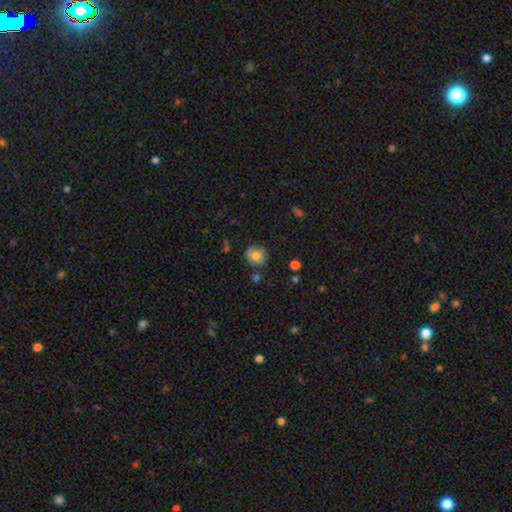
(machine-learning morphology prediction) A smooth galaxy with no disk features (76%) that is round (78%).

Vote fractions:
- Smooth or featured? smooth: 76% / featured or disk: 15% / star or artifact: 9%
- How rounded? round: 78% / in between: 21% / cigar-shaped: 1%
- Merging? none: 77% / minor disturbance: 15% / merger: 4% / major disturbance: 3%